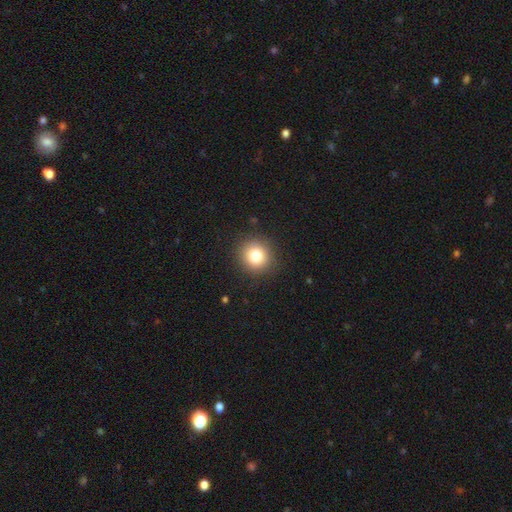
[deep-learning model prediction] smooth_or_featured: smooth (p=0.80) [alt: star or artifact p=0.12]
how_rounded: round (p=0.91) [alt: in between p=0.08]
merging: none (p=0.91) [alt: minor disturbance p=0.06]